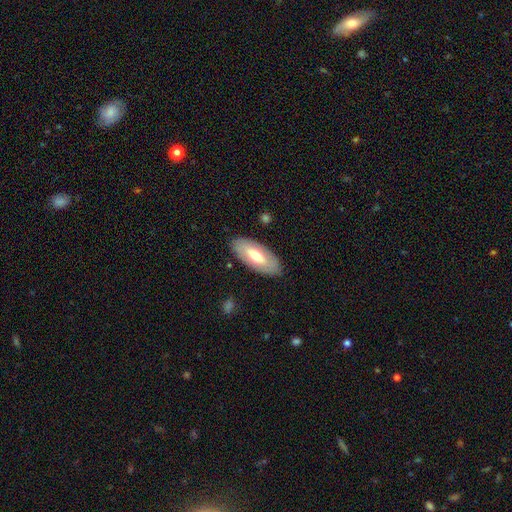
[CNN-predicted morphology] Smooth or featured?
  - smooth: 59% *
  - featured or disk: 36%
  - star or artifact: 5%
How rounded?
  - in between: 88% *
  - cigar-shaped: 10%
  - round: 2%
Merging?
  - none: 86% *
  - minor disturbance: 10%
  - major disturbance: 3%
  - merger: 1%